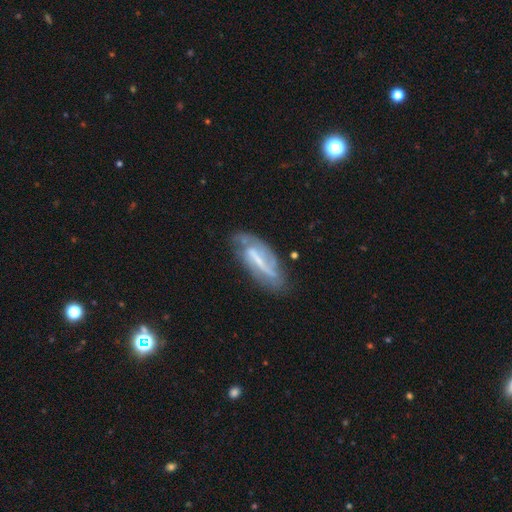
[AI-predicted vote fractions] Smooth or featured: featured or disk — 74% (smooth — 17%)
Edge-on disk: no — 83% (yes — 17%)
Bar: strong — 45% (weak — 37%)
Spiral arms: yes — 84% (no — 16%)
Spiral winding: medium — 39% (tight — 30%)
Spiral arm count: 2 — 65% (can't tell — 21%)
Bulge size: small — 48% (moderate — 24%)
Merging: none — 70% (minor disturbance — 19%)